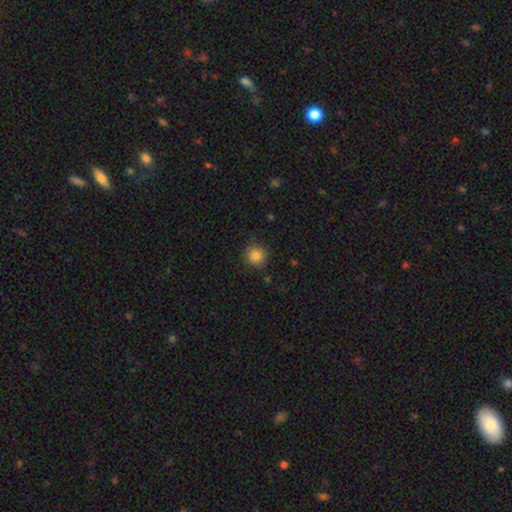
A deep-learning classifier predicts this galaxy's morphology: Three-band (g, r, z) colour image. It shows a smooth galaxy with no disk features (84%) that is round (93%). Merging: none (87%).